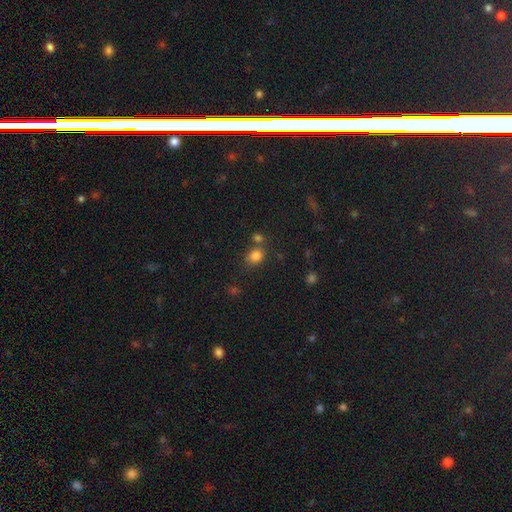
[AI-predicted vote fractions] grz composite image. It shows a smooth galaxy with no disk features (82%) that is round (56%). Merging: none (66%).